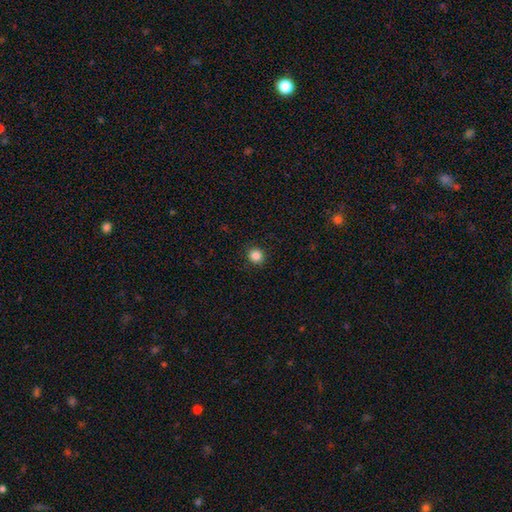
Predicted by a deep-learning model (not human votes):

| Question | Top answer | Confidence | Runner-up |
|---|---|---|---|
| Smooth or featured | smooth | 86% | star or artifact (11%) |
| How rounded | round | 91% | in between (9%) |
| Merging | none | 92% | minor disturbance (6%) |